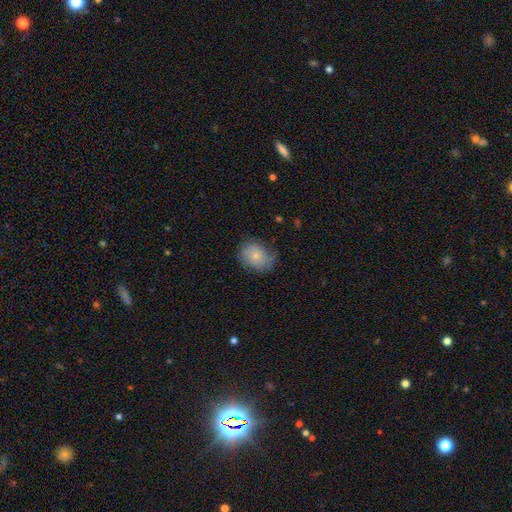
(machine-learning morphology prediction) smooth 73%, featured or disk 19%, star or artifact 8%. Down the decision tree: how rounded — in between (54%); merging — none (62%).